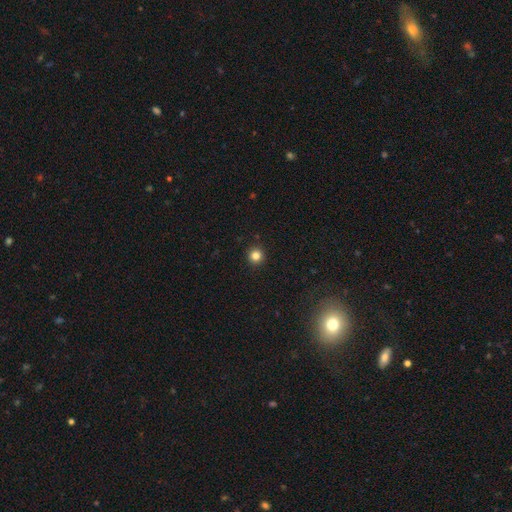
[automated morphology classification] The model was most divided on "smooth or featured": smooth: 83%, star or artifact: 13%, featured or disk: 5%. More confident: how rounded — round (95%); merging — none (93%).